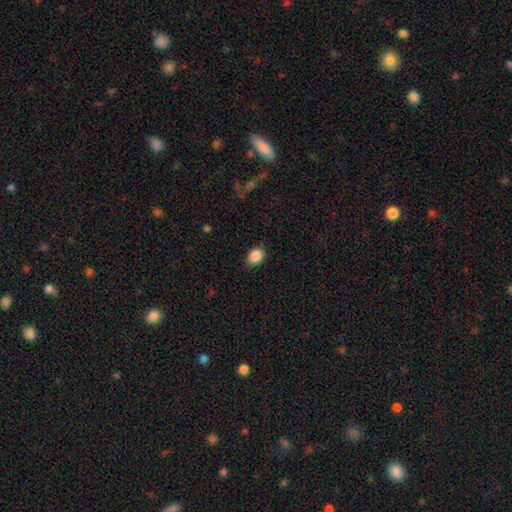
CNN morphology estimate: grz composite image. It shows a smooth galaxy with no disk features (88%) that is in between round and cigar-shaped (70%). Merging: none (84%).